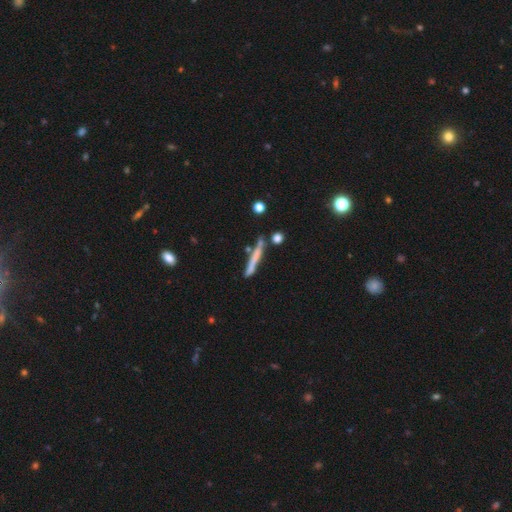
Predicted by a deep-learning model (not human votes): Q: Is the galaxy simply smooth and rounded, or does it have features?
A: smooth — 57%.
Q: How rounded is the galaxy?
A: cigar-shaped — 94%.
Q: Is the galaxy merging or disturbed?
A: none — 68%.